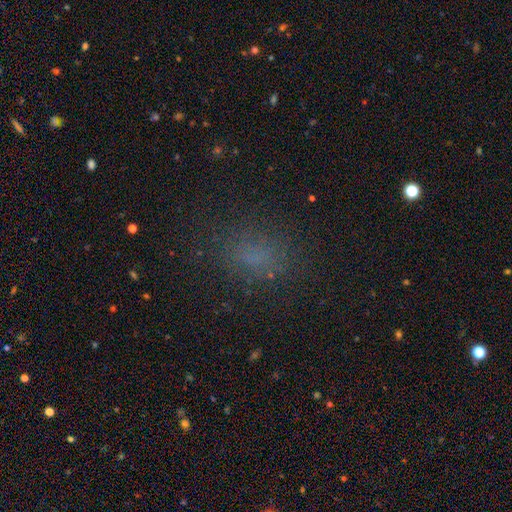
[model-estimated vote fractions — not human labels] Smooth or featured?
  - smooth: 69% *
  - star or artifact: 23%
  - featured or disk: 8%
How rounded?
  - in between: 71% *
  - round: 25%
  - cigar-shaped: 4%
Merging?
  - none: 79% *
  - minor disturbance: 13%
  - major disturbance: 7%
  - merger: 1%